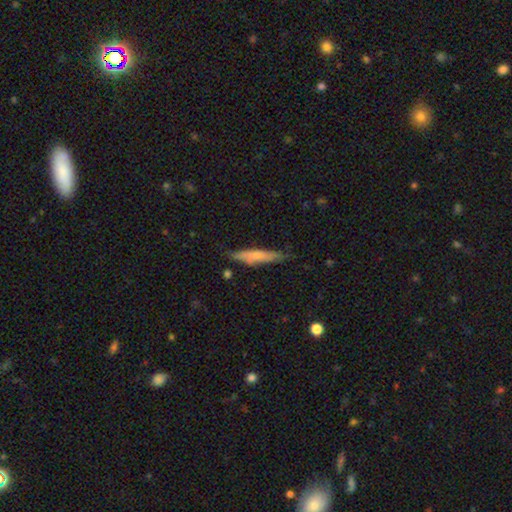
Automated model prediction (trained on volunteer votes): A smooth galaxy with no disk features (61%) that is cigar-shaped (88%). Merging: none (75%).